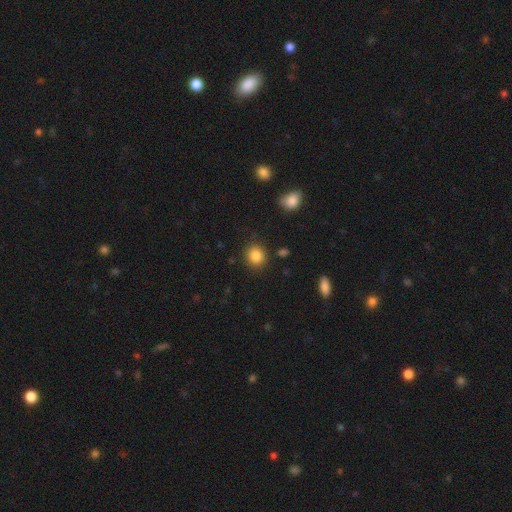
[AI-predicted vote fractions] The model was most divided on "how rounded": round: 82%, in between: 17%, cigar-shaped: 1%. More confident: merging — none (87%); smooth or featured — smooth (86%).